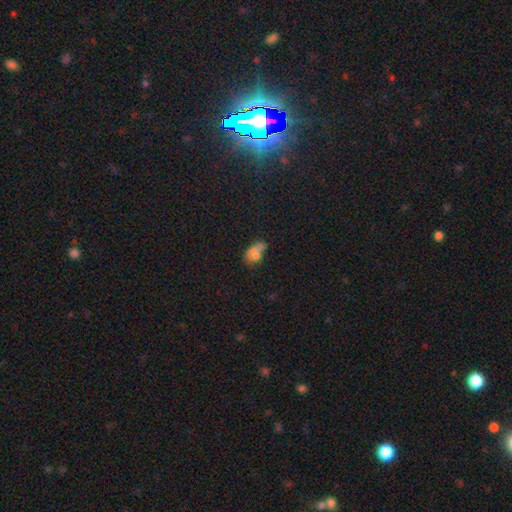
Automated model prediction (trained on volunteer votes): Overall: smooth (59%; featured or disk 22%). How rounded: in between (79%). Merging: merger (30%; none 28%).